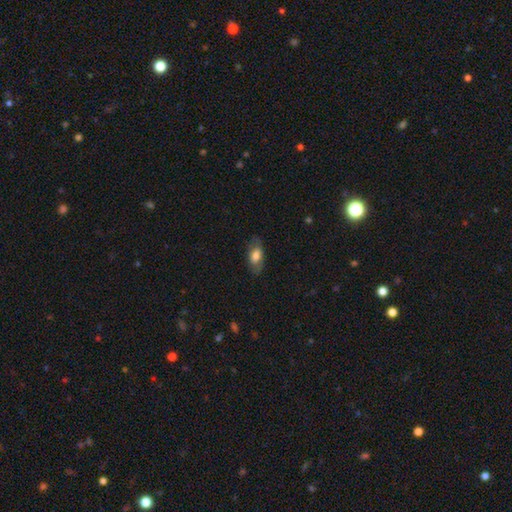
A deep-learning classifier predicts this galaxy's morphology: Smooth or featured? Predicted: smooth (p=0.66). How rounded? Predicted: in between (p=0.88). Merging? Predicted: none (p=0.76).